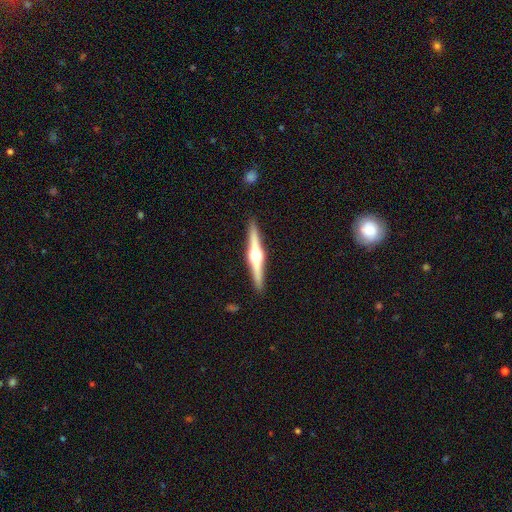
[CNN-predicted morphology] A featured or disk galaxy (79%) viewed edge-on (98%) with a rounded central bulge (95%).

Vote fractions:
- Smooth or featured? featured or disk: 79% / smooth: 16% / star or artifact: 5%
- Edge-on disk? yes: 98% / no: 2%
- Edge-on bulge? rounded: 95% / boxy: 4% / none: 2%
- Merging? none: 92% / minor disturbance: 6% / major disturbance: 1% / merger: 1%